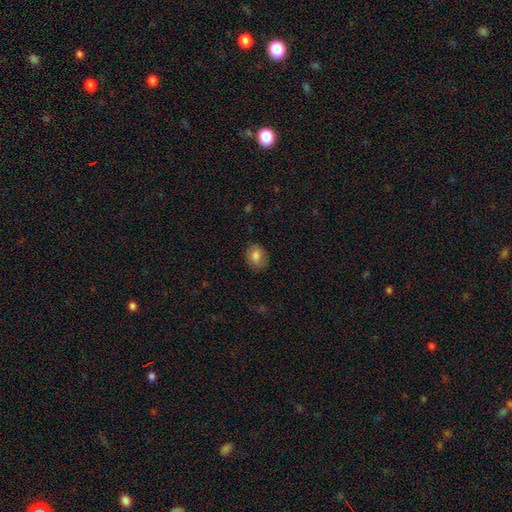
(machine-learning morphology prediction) Smooth or featured? Predicted: smooth (p=0.83). How rounded? Predicted: in between (p=0.57). Merging? Predicted: none (p=0.81).